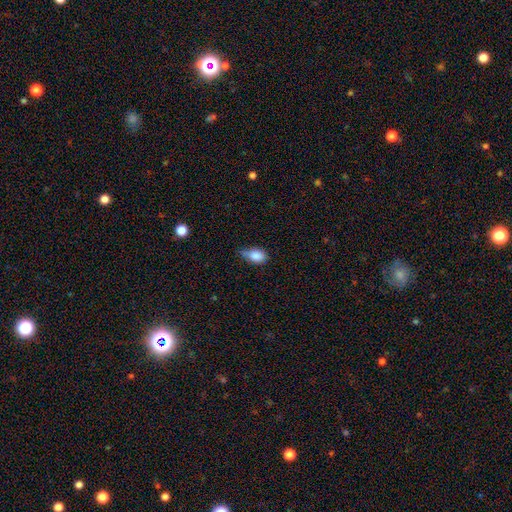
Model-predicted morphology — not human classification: Smooth or featured?
  - smooth: 83% *
  - featured or disk: 9%
  - star or artifact: 8%
How rounded?
  - in between: 82% *
  - round: 15%
  - cigar-shaped: 3%
Merging?
  - minor disturbance: 49% *
  - none: 36%
  - major disturbance: 11%
  - merger: 4%